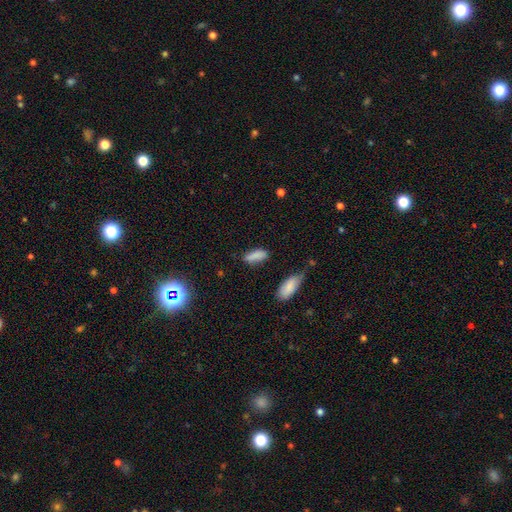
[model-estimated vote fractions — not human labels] Overall: smooth (84%). How rounded: in between (60%; cigar-shaped 38%). Merging: none (69%).